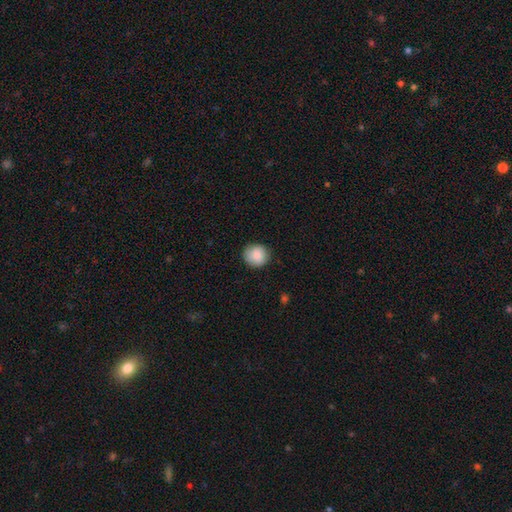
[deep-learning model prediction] smooth 86%, star or artifact 7%, featured or disk 6%. Down the decision tree: how rounded — round (90%); merging — none (87%).